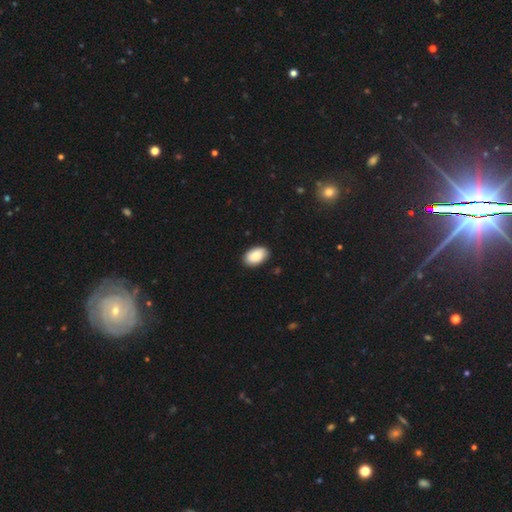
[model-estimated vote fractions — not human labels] A smooth galaxy with no disk features (88%) that is in between round and cigar-shaped (93%). Merging: none (87%).